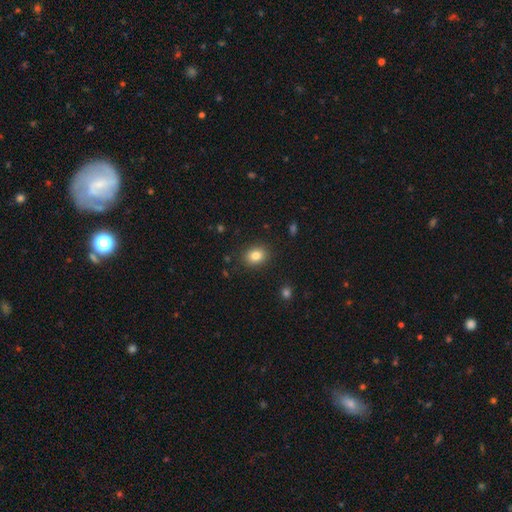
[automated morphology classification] Smooth or featured? smooth (83%)
How rounded? in between (54%)
Merging? none (88%)